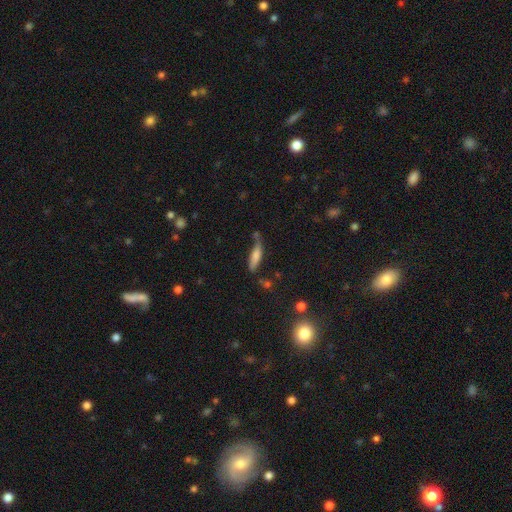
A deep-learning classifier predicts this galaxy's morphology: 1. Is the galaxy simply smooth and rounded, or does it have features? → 68% smooth, 24% featured or disk, 8% star or artifact.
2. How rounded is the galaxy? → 70% cigar-shaped, 28% in between, 2% round.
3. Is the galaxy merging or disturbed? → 54% none, 25% minor disturbance, 12% merger, 9% major disturbance.